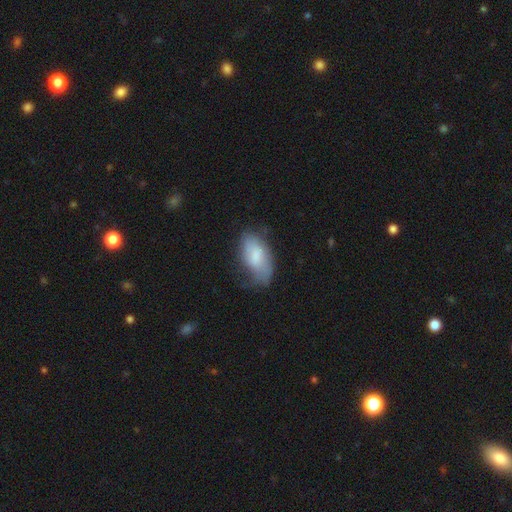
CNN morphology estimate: smooth-or-featured: smooth: 68% | featured or disk: 25% | star or artifact: 7%
  how-rounded: in between: 93% | cigar-shaped: 4% | round: 3%
  merging: none: 47% | minor disturbance: 35% | major disturbance: 15% | merger: 2%